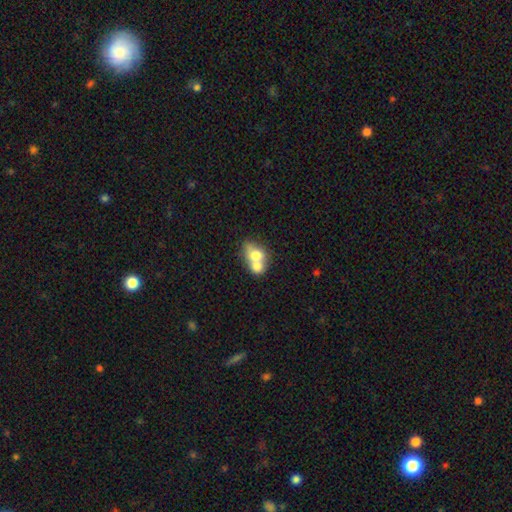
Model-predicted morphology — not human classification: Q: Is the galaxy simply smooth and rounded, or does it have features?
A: smooth — 68%.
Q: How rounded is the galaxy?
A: in between — 55%.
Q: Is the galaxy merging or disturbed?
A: merger — 72%.